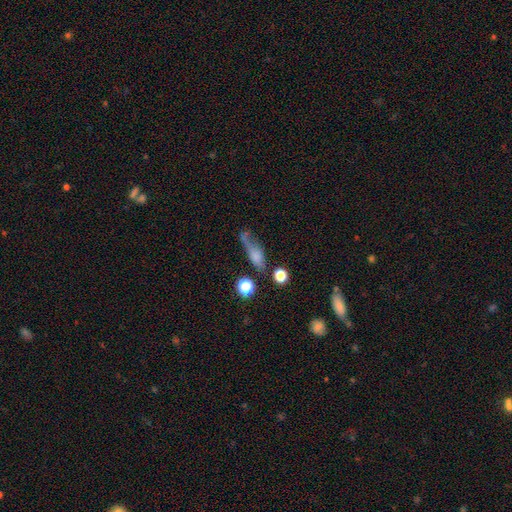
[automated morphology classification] This is possibly a smooth galaxy (58%). How rounded: possibly in between (47%). Merging: marginally none (41%).